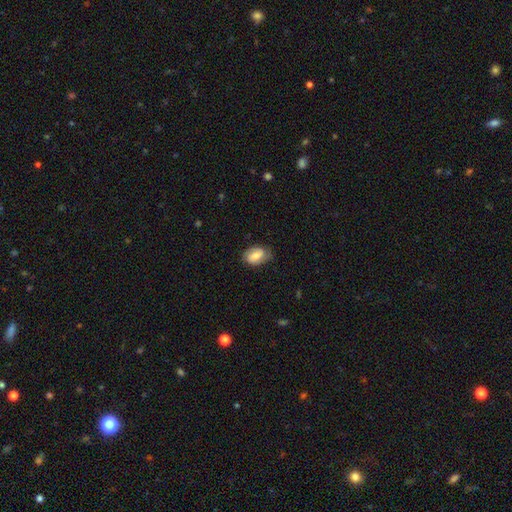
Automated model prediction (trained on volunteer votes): A smooth galaxy with no disk features (60%) that is in between round and cigar-shaped (86%). Merging: none (68%).